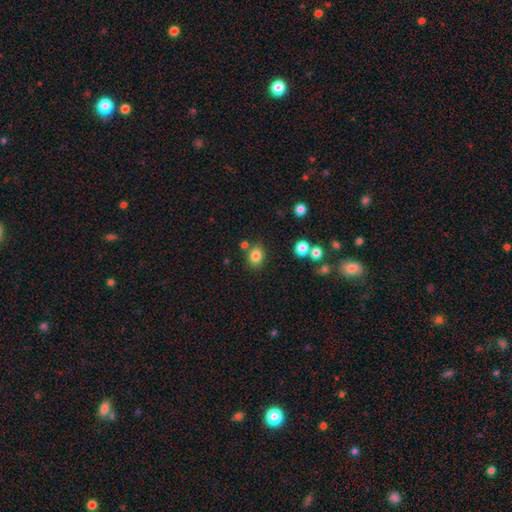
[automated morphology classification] Overall: smooth (82%). How rounded: round (56%; in between 43%). Merging: none (79%).